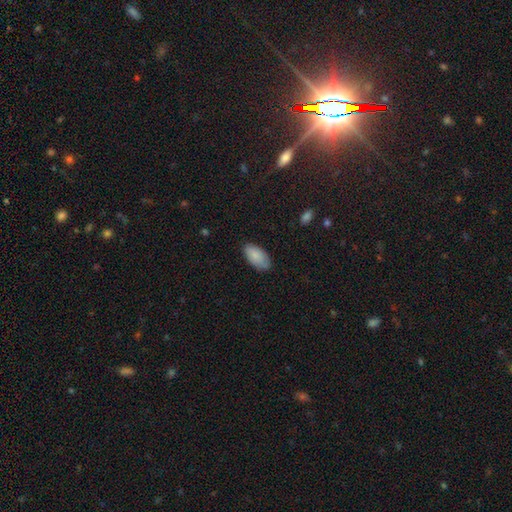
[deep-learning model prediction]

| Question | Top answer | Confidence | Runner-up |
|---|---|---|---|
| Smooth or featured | smooth | 85% | featured or disk (8%) |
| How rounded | in between | 95% | cigar-shaped (3%) |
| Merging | none | 81% | minor disturbance (16%) |